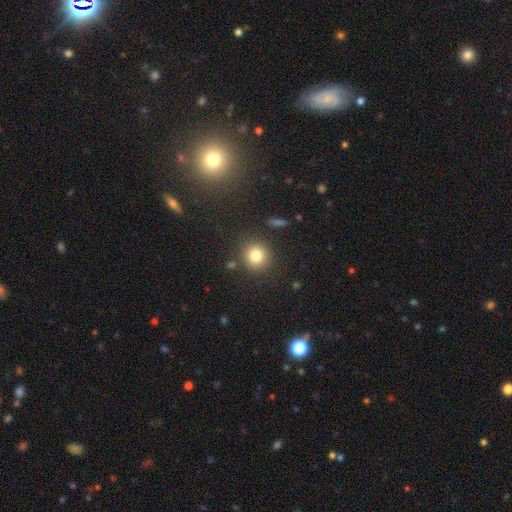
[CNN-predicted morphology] Smooth or featured? smooth (82%)
How rounded? round (91%)
Merging? none (86%)